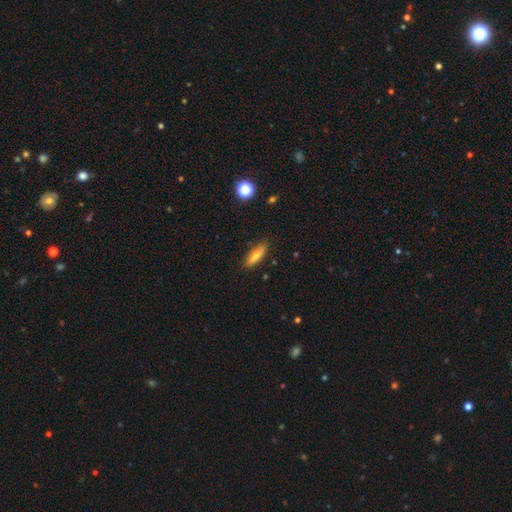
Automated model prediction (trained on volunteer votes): smooth-or-featured: smooth: 72% | featured or disk: 20% | star or artifact: 8%
  how-rounded: cigar-shaped: 57% | in between: 40% | round: 3%
  merging: none: 86% | minor disturbance: 11% | major disturbance: 2% | merger: 1%